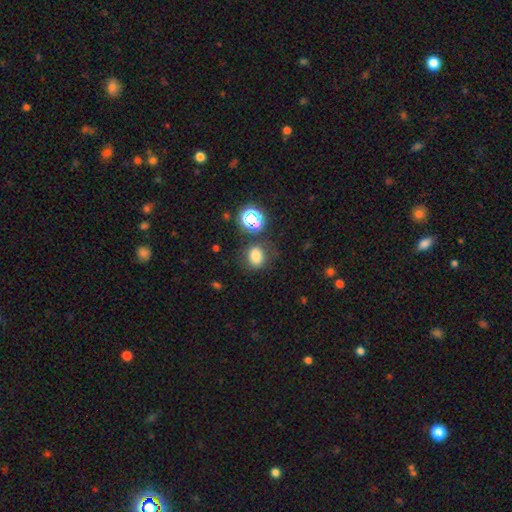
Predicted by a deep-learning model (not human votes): Smooth or featured?
  - smooth: 74% *
  - star or artifact: 18%
  - featured or disk: 8%
How rounded?
  - round: 54% *
  - in between: 45%
  - cigar-shaped: 1%
Merging?
  - none: 72% *
  - minor disturbance: 15%
  - merger: 7%
  - major disturbance: 6%